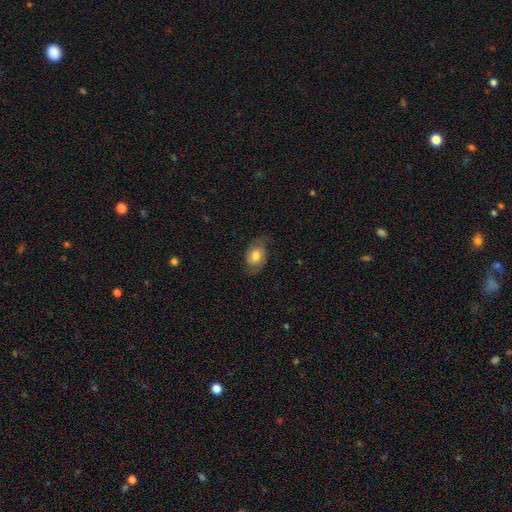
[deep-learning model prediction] Q: Smooth or featured?
A: smooth (49%); runner-up: featured or disk (42%)
Q: Merging?
A: none (69%); runner-up: minor disturbance (21%)